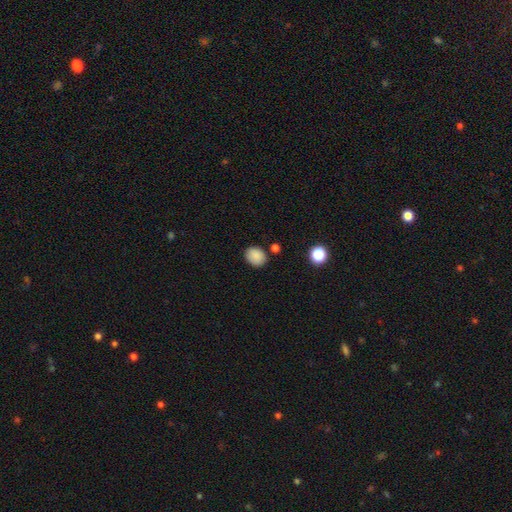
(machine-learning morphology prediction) A smooth galaxy with no disk features (87%) that is round (50%). Merging: none (82%).